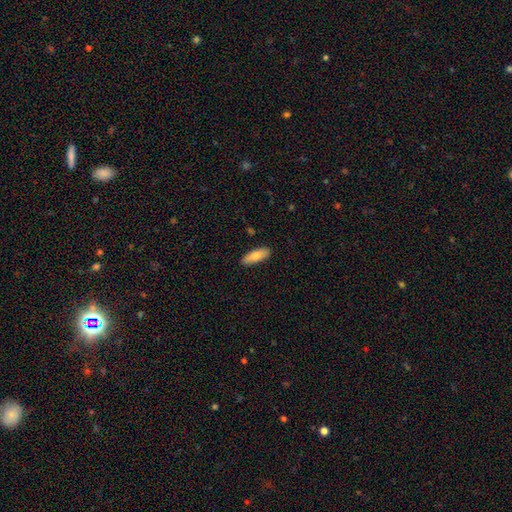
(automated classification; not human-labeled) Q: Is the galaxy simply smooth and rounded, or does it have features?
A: smooth — 81%.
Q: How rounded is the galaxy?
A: in between — 66%.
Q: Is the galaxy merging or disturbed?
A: none — 88%.